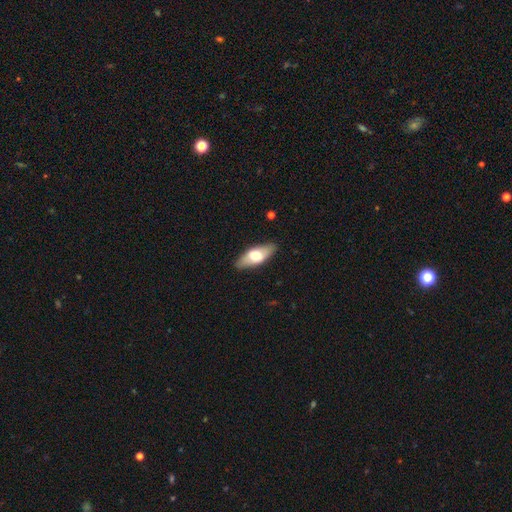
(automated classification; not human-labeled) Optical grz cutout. It shows a smooth galaxy with no disk features (60%) that is in between round and cigar-shaped (79%). Merging: none (87%).